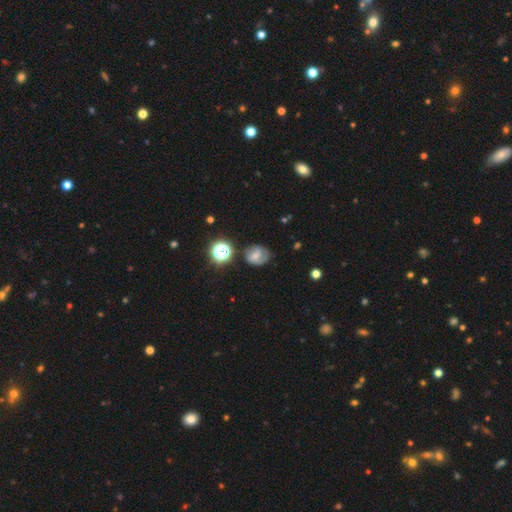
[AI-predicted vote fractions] smooth 44%, featured or disk 40%, star or artifact 15%. Down the decision tree: merging — none (64%).